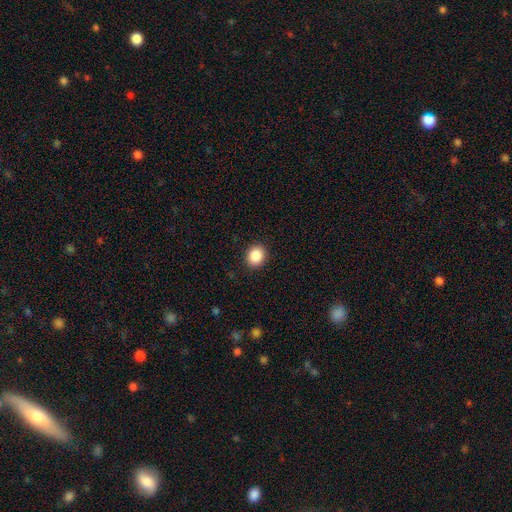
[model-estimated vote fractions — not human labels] smooth 88%, star or artifact 9%, featured or disk 3%. Down the decision tree: how rounded — round (64%); merging — none (91%).